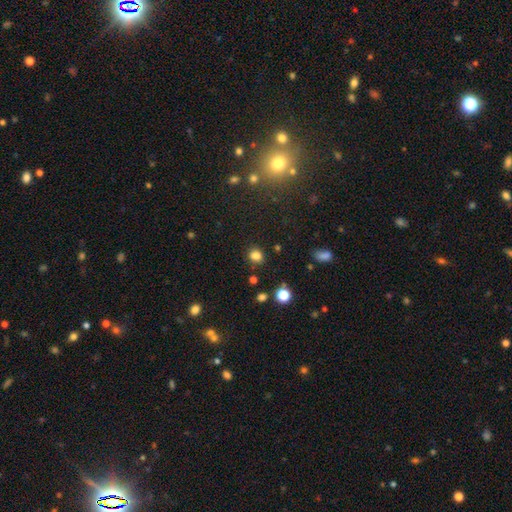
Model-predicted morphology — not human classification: Smooth or featured? Predicted: smooth (p=0.79). How rounded? Predicted: round (p=0.71). Merging? Predicted: none (p=0.82).